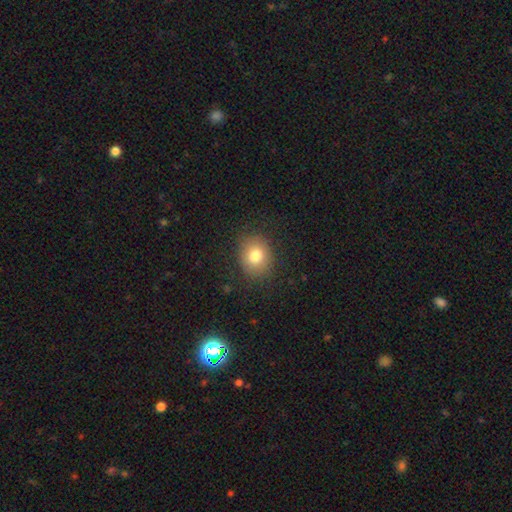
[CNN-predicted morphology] smooth-or-featured: smooth: 77% | star or artifact: 14% | featured or disk: 9%
  how-rounded: round: 66% | in between: 33% | cigar-shaped: 1%
  merging: none: 89% | minor disturbance: 8% | major disturbance: 2% | merger: 1%